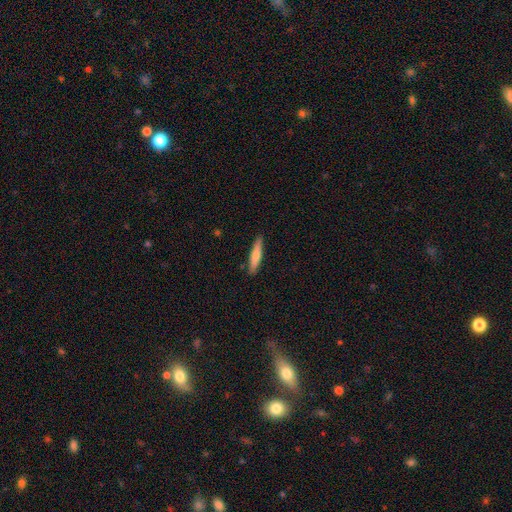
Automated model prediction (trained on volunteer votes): A smooth galaxy with no disk features (67%) that is cigar-shaped (87%).

Vote fractions:
- Smooth or featured? smooth: 67% / featured or disk: 28% / star or artifact: 5%
- How rounded? cigar-shaped: 87% / in between: 12% / round: 1%
- Merging? none: 89% / minor disturbance: 9% / major disturbance: 2% / merger: 1%